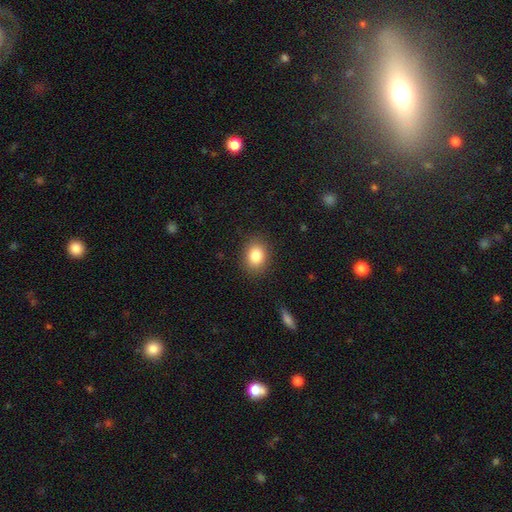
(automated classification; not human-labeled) A smooth galaxy with no disk features (84%) that is in between round and cigar-shaped (57%). Merging: none (87%).